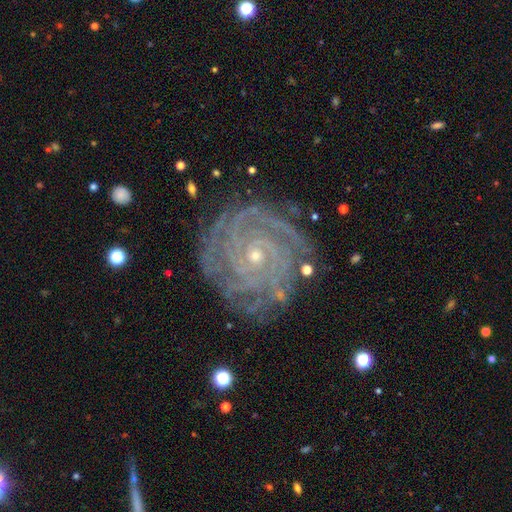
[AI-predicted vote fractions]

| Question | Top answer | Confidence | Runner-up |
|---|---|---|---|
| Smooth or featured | featured or disk | 90% | star or artifact (7%) |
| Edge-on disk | no | 97% | yes (3%) |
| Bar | no | 73% | weak (19%) |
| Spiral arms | yes | 98% | no (2%) |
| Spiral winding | tight | 85% | medium (13%) |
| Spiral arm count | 4 | 22% | 3 (20%) |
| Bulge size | small | 80% | moderate (16%) |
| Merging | none | 82% | minor disturbance (13%) |